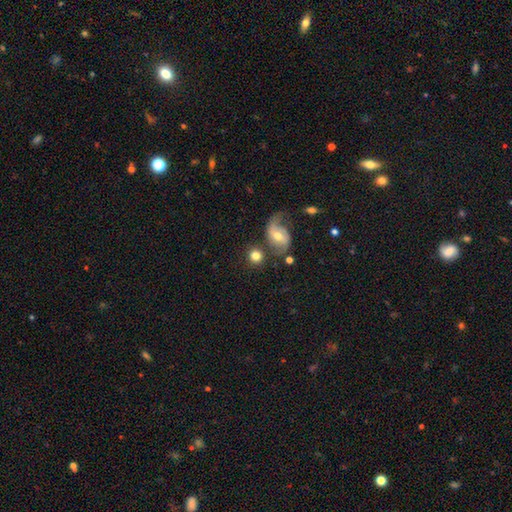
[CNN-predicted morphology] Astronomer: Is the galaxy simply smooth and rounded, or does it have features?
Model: smooth — 74%.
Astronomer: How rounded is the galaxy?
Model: round — 85%.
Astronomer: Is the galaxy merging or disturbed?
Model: none — 69%.